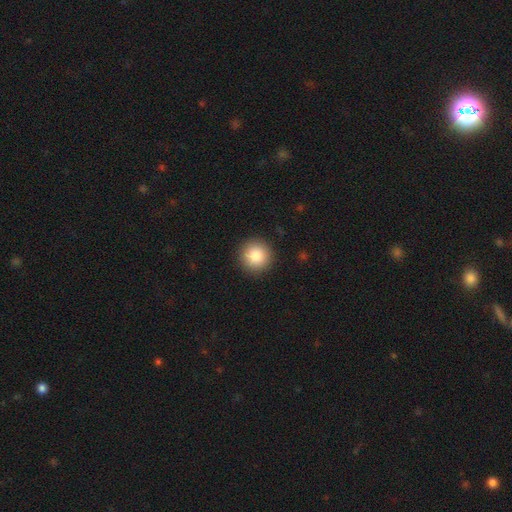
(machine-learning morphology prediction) A smooth galaxy with no disk features (85%) that is round (95%).

Vote fractions:
- Smooth or featured? smooth: 85% / star or artifact: 9% / featured or disk: 6%
- How rounded? round: 95% / in between: 4% / cigar-shaped: 1%
- Merging? none: 92% / minor disturbance: 5% / major disturbance: 2% / merger: 1%